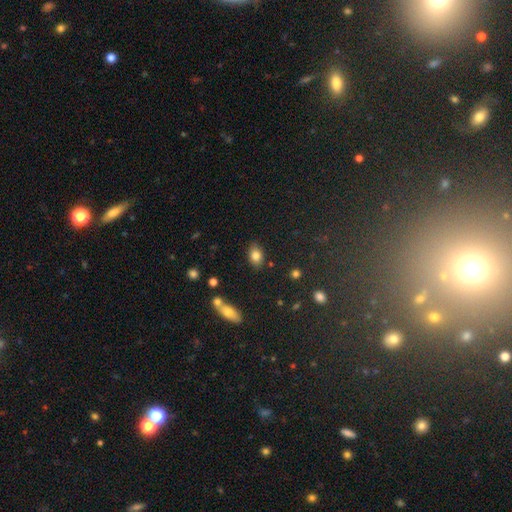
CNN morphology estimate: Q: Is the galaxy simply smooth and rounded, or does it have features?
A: smooth — 82%.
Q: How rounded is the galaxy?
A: in between — 81%.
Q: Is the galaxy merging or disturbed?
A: none — 82%.